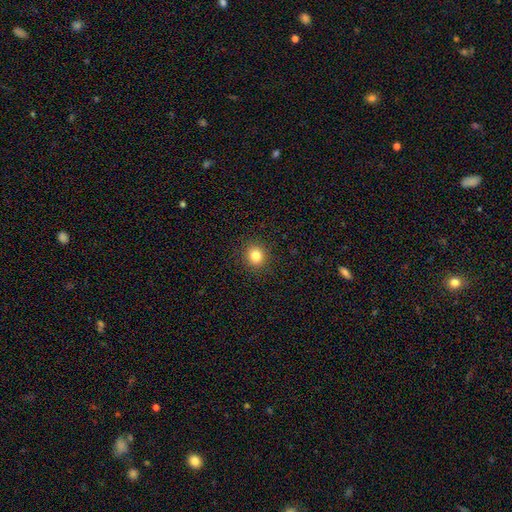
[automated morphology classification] Smooth or featured: smooth — 83% (star or artifact — 12%)
How rounded: round — 87% (in between — 12%)
Merging: none — 91% (minor disturbance — 6%)